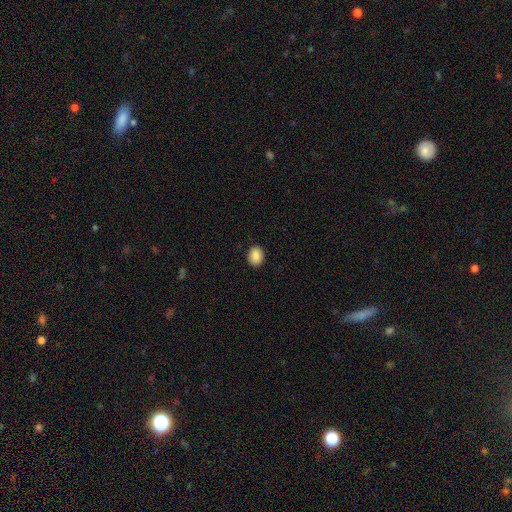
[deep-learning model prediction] Overall: smooth (88%). How rounded: in between (51%; round 48%). Merging: none (90%).